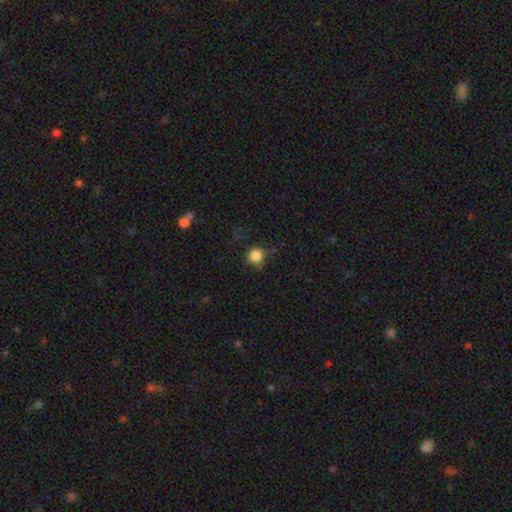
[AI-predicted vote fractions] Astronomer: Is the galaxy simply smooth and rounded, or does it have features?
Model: smooth — 85%.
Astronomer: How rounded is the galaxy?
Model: round — 93%.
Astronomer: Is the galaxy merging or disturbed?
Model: none — 79%.